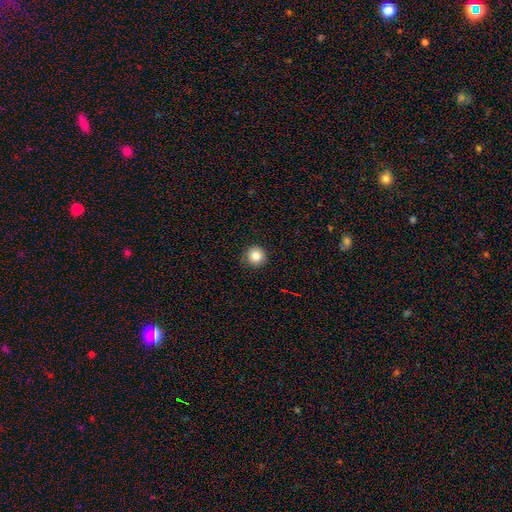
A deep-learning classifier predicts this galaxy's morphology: Smooth or featured: smooth — 83% (star or artifact — 10%)
How rounded: round — 95% (in between — 4%)
Merging: none — 89% (minor disturbance — 8%)